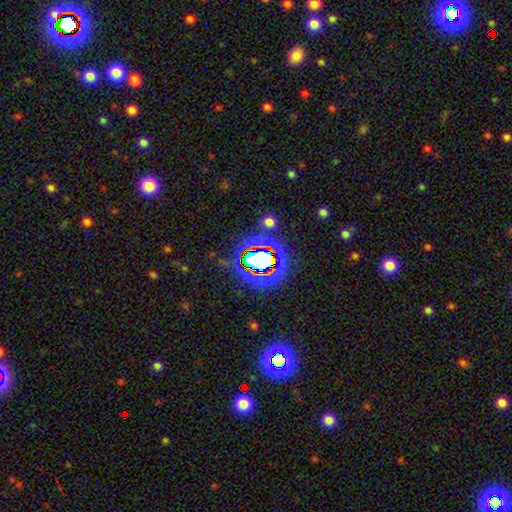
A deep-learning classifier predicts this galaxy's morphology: Smooth or featured: star or artifact — 74% (smooth — 15%)